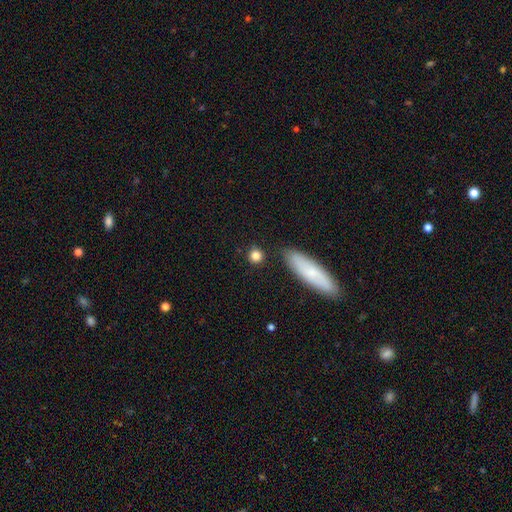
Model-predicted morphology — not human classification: This appears to be a smooth galaxy with no disk features (85%) that is round (85%). Merging: none (85%).